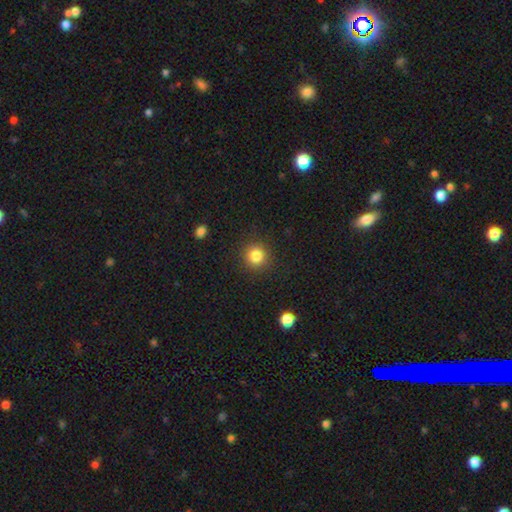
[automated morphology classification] Smooth or featured: smooth — 84% (star or artifact — 11%)
How rounded: round — 92% (in between — 7%)
Merging: none — 90% (minor disturbance — 7%)